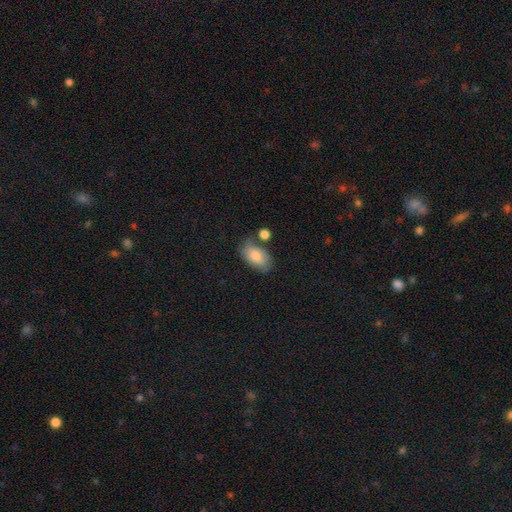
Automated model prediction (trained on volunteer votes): A smooth galaxy with no disk features (80%) that is in between round and cigar-shaped (91%).

Vote fractions:
- Smooth or featured? smooth: 80% / featured or disk: 13% / star or artifact: 7%
- How rounded? in between: 91% / round: 7% / cigar-shaped: 2%
- Merging? none: 59% / minor disturbance: 22% / merger: 12% / major disturbance: 7%